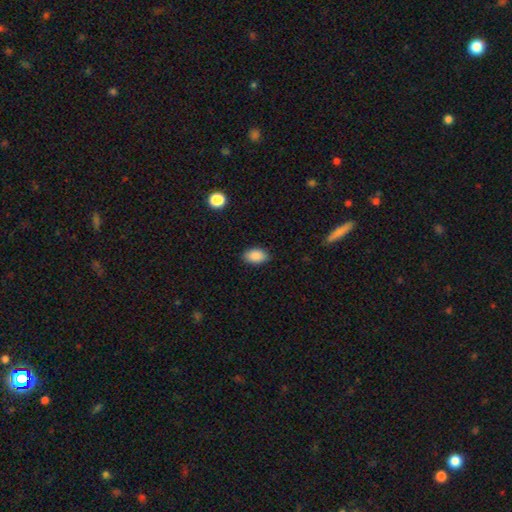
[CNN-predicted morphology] Overall: smooth (88%). How rounded: in between (91%). Merging: none (87%).